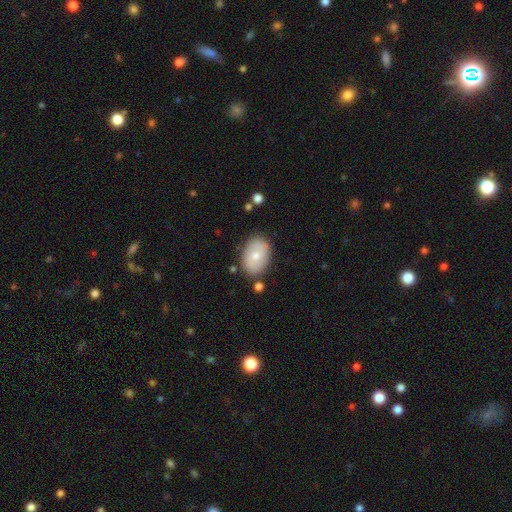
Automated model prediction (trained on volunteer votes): The model was most divided on "smooth or featured": smooth: 64%, featured or disk: 29%, star or artifact: 7%. More confident: merging — none (81%); how rounded — in between (79%).